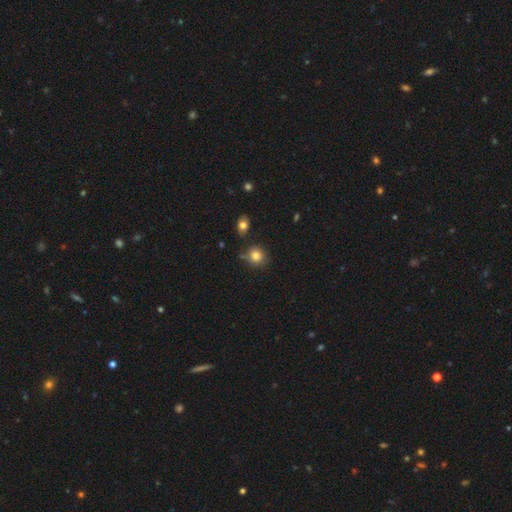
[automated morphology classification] The model was most divided on "merging": none: 74%, minor disturbance: 15%, merger: 8%, major disturbance: 4%. More confident: how rounded — round (84%); smooth or featured — smooth (83%).